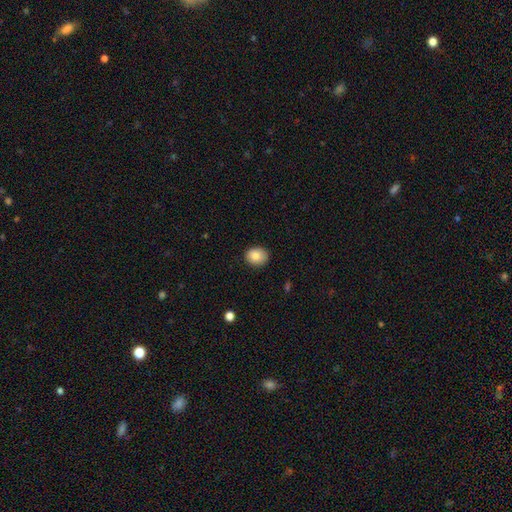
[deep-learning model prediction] This is clearly a smooth galaxy (84%). How rounded: likely round (60%). Merging: clearly none (84%).